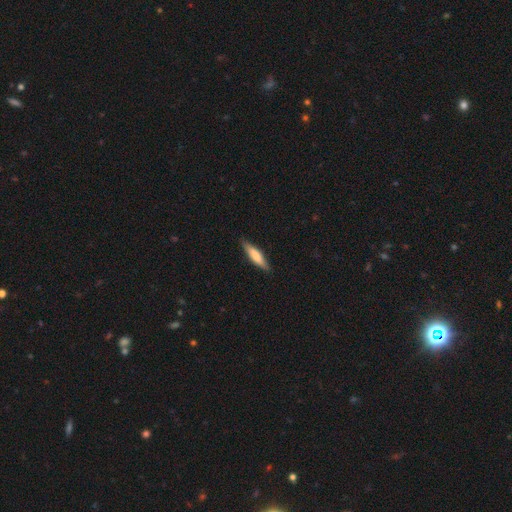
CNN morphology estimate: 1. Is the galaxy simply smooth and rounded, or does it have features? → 68% smooth, 27% featured or disk, 5% star or artifact.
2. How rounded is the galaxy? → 77% cigar-shaped, 21% in between, 2% round.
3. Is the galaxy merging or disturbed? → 87% none, 10% minor disturbance, 2% major disturbance, 1% merger.